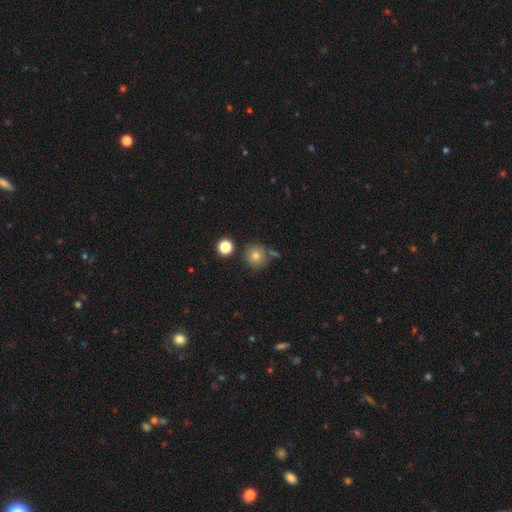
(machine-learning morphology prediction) smooth 78%, star or artifact 12%, featured or disk 10%. Down the decision tree: how rounded — round (92%); merging — none (75%).